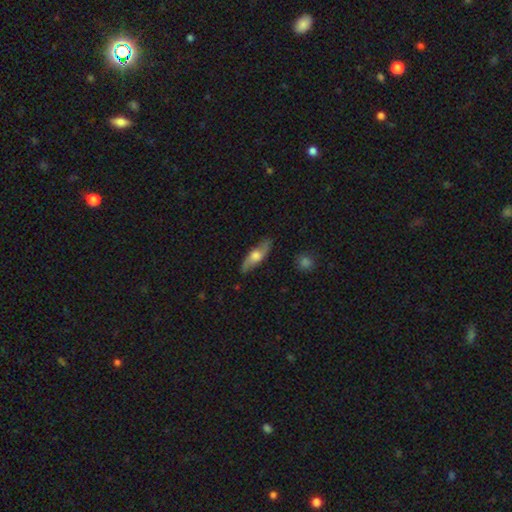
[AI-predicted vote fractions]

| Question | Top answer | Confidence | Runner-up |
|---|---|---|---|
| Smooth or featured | featured or disk | 49% | smooth (45%) |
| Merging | none | 83% | minor disturbance (13%) |